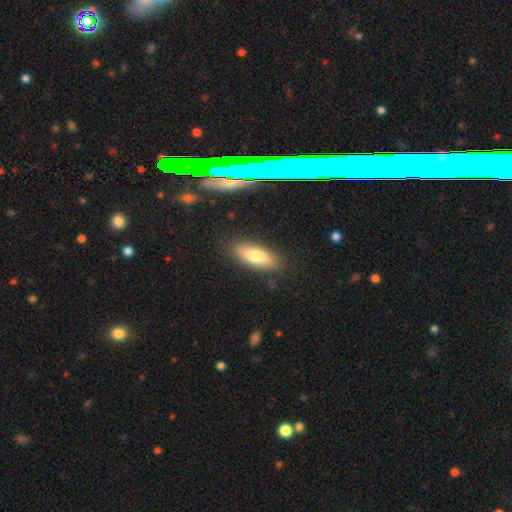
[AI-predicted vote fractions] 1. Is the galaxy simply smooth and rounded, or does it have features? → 74% smooth, 17% featured or disk, 9% star or artifact.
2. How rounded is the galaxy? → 75% in between, 22% cigar-shaped, 3% round.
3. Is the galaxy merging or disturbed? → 85% none, 11% minor disturbance, 3% major disturbance, 2% merger.